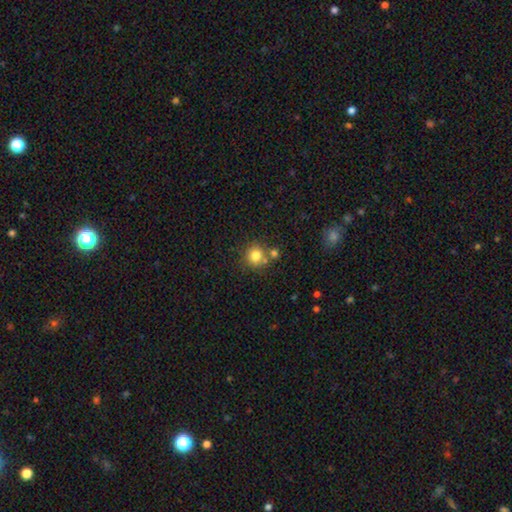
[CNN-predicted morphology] A smooth galaxy with no disk features (80%) that is round (89%).

Vote fractions:
- Smooth or featured? smooth: 80% / star or artifact: 12% / featured or disk: 8%
- How rounded? round: 89% / in between: 10% / cigar-shaped: 1%
- Merging? none: 67% / merger: 20% / minor disturbance: 9% / major disturbance: 3%